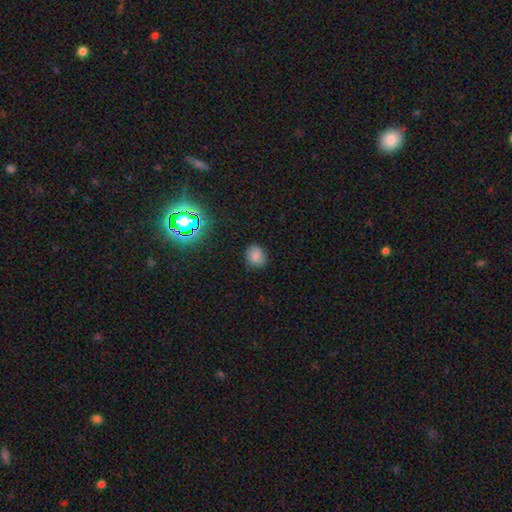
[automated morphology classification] Q: Smooth or featured?
A: smooth (80%); runner-up: star or artifact (15%)
Q: How rounded?
A: round (66%); runner-up: in between (33%)
Q: Merging?
A: none (84%); runner-up: minor disturbance (12%)